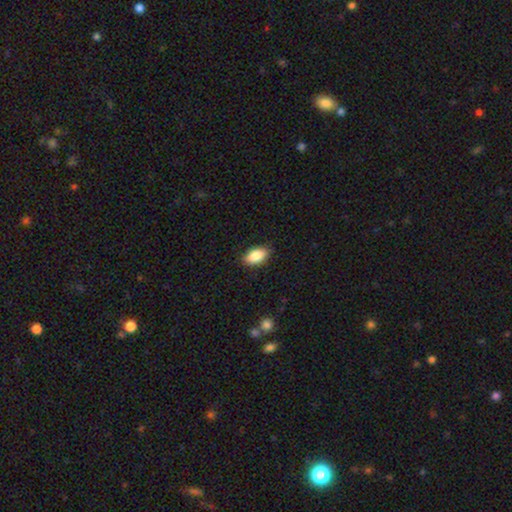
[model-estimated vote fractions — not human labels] This is clearly a smooth galaxy (87%). How rounded: clearly in between (93%). Merging: clearly none (86%).